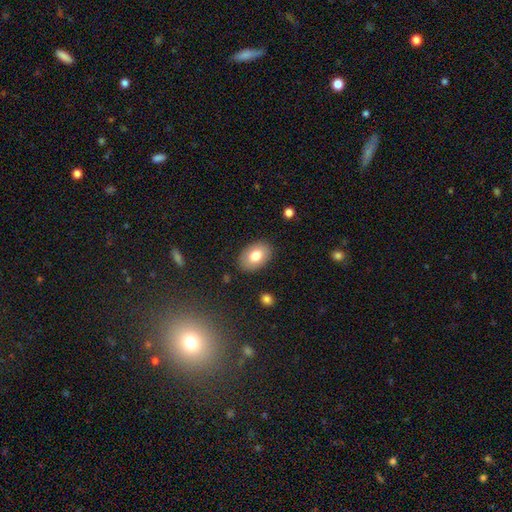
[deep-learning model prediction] smooth-or-featured: smooth: 78% | featured or disk: 14% | star or artifact: 7%
  how-rounded: in between: 86% | round: 13% | cigar-shaped: 1%
  merging: none: 86% | minor disturbance: 10% | major disturbance: 3% | merger: 1%